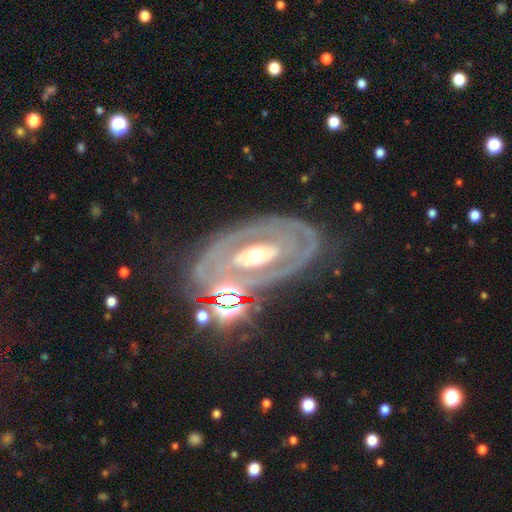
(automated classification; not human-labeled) Smooth or featured?
  - featured or disk: 82% *
  - smooth: 11%
  - star or artifact: 7%
Edge-on disk?
  - no: 94% *
  - yes: 6%
Bar?
  - no: 48% *
  - weak: 27%
  - strong: 25%
Spiral arms?
  - yes: 62% *
  - no: 38%
Bulge size?
  - moderate: 68% *
  - small: 20%
  - large: 9%
  - dominant: 2%
  - none: 1%
Merging?
  - none: 71% *
  - minor disturbance: 16%
  - major disturbance: 9%
  - merger: 5%